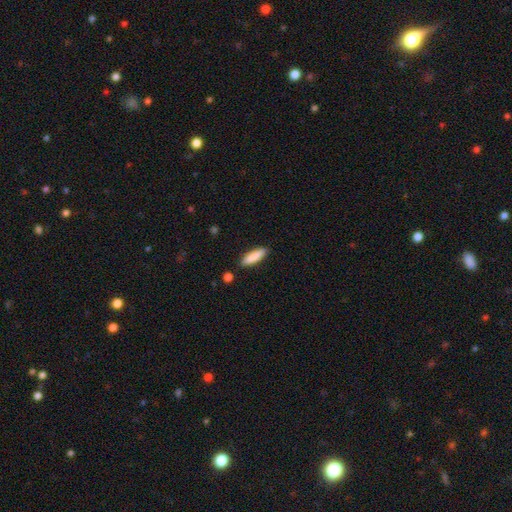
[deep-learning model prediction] A smooth galaxy with no disk features (87%) that is cigar-shaped (66%).

Vote fractions:
- Smooth or featured? smooth: 87% / featured or disk: 7% / star or artifact: 6%
- How rounded? cigar-shaped: 66% / in between: 33% / round: 1%
- Merging? none: 88% / minor disturbance: 8% / merger: 2% / major disturbance: 2%